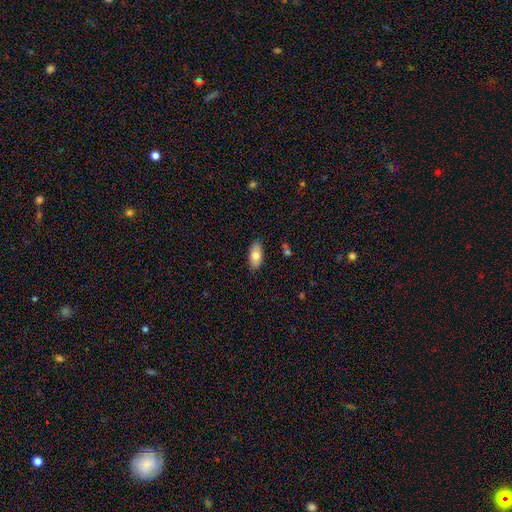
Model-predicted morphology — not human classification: This is likely a smooth galaxy (75%). How rounded: clearly in between (90%). Merging: clearly none (86%).